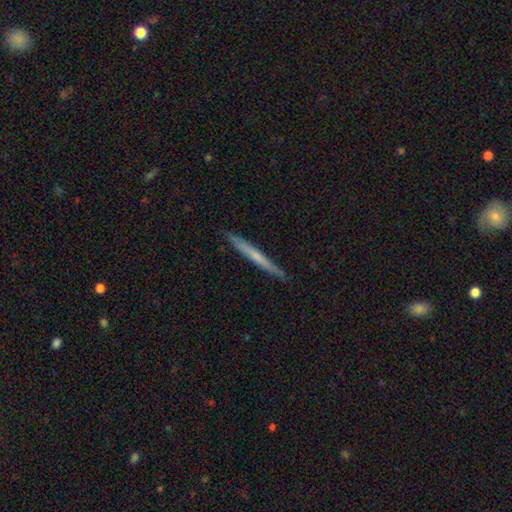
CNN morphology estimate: Q: Smooth or featured?
A: smooth (51%); runner-up: featured or disk (44%)
Q: How rounded?
A: cigar-shaped (97%); runner-up: in between (2%)
Q: Merging?
A: none (92%); runner-up: minor disturbance (6%)